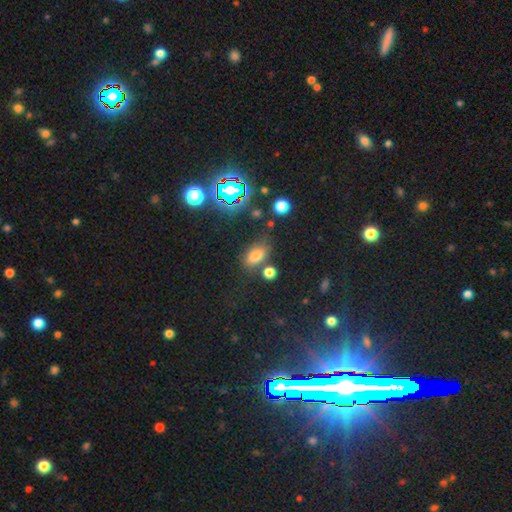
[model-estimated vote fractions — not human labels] smooth 68%, star or artifact 21%, featured or disk 11%. Down the decision tree: how rounded — in between (82%); merging — none (66%).